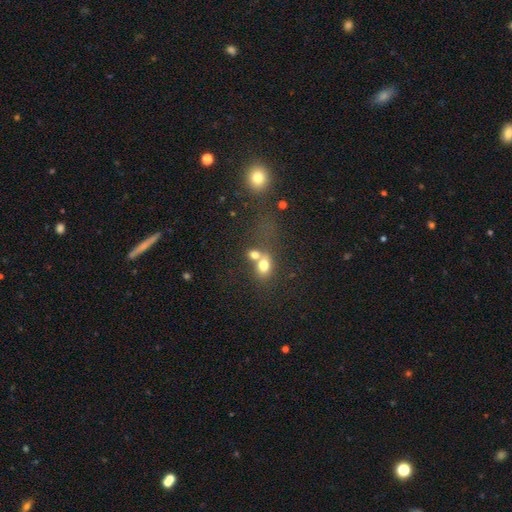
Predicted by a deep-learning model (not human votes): Smooth or featured? Predicted: smooth (p=0.72). How rounded? Predicted: in between (p=0.51). Merging? Predicted: merger (p=0.49).